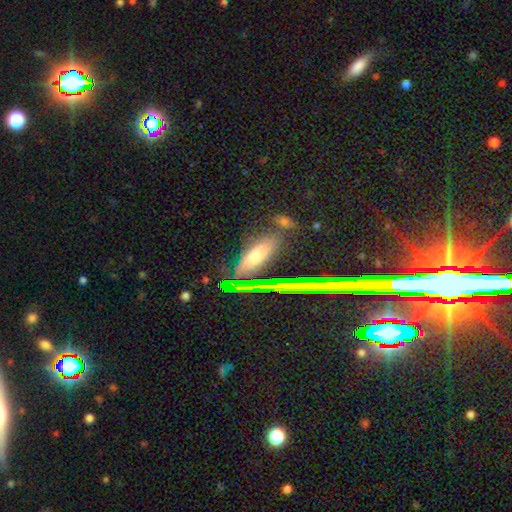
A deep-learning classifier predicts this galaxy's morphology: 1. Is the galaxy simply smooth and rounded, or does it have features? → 58% smooth, 22% star or artifact, 20% featured or disk.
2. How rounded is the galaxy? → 61% in between, 32% cigar-shaped, 7% round.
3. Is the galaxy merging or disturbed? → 77% none, 14% minor disturbance, 5% major disturbance, 4% merger.